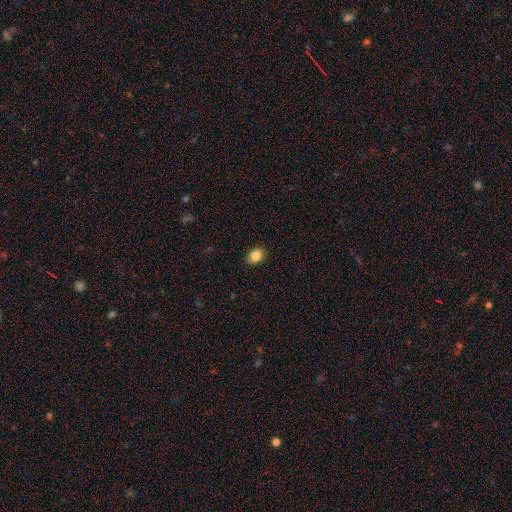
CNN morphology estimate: Overall: smooth (85%). How rounded: in between (62%; round 37%). Merging: none (89%).